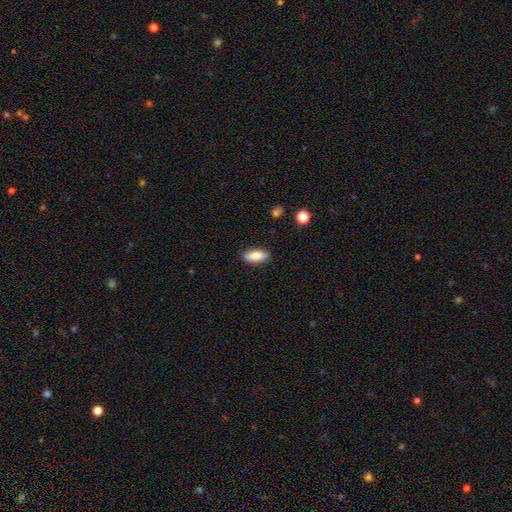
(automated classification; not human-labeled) smooth 86%, featured or disk 7%, star or artifact 7%. Down the decision tree: how rounded — in between (84%); merging — none (88%).